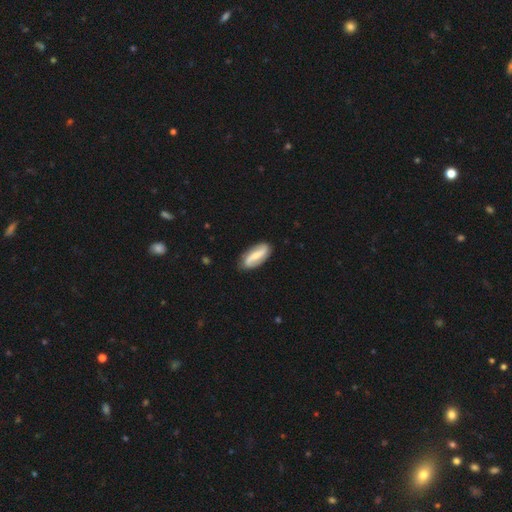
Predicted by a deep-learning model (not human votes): Q: Smooth or featured?
A: featured or disk (66%); runner-up: smooth (29%)
Q: Edge-on disk?
A: no (93%); runner-up: yes (7%)
Q: Bar?
A: strong (45%); runner-up: weak (35%)
Q: Spiral arms?
A: yes (90%); runner-up: no (10%)
Q: Spiral winding?
A: loose (61%); runner-up: medium (25%)
Q: Spiral arm count?
A: 2 (91%); runner-up: can't tell (5%)
Q: Bulge size?
A: small (47%); runner-up: moderate (30%)
Q: Merging?
A: none (85%); runner-up: minor disturbance (11%)